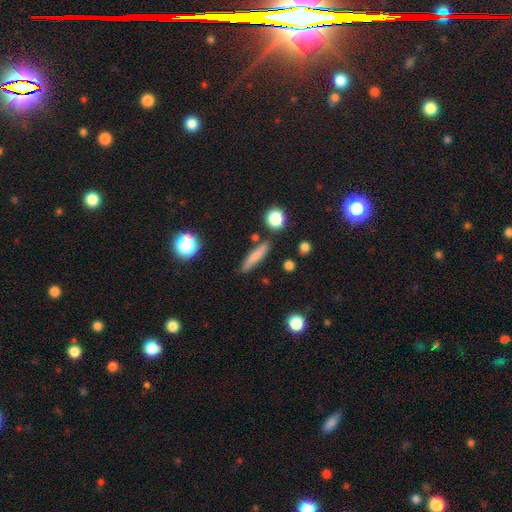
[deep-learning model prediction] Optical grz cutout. It shows a smooth galaxy with no disk features (74%) that is cigar-shaped (83%). Merging: none (82%).